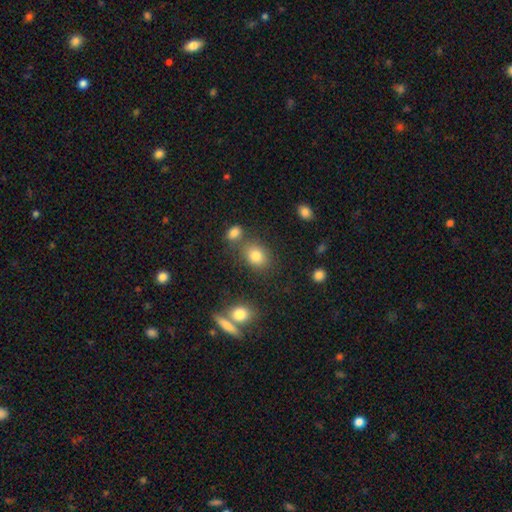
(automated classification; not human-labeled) Smooth or featured? smooth (81%)
How rounded? in between (52%)
Merging? none (69%)